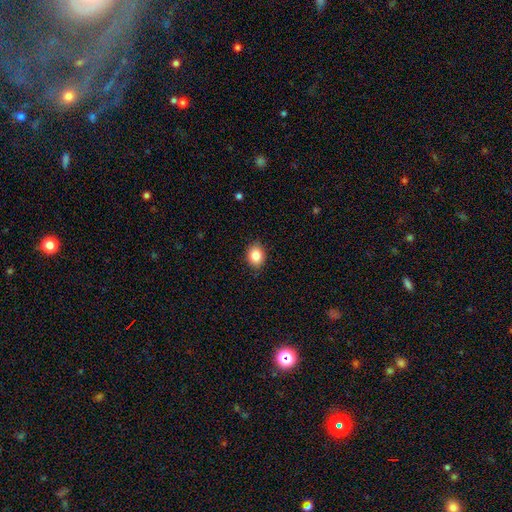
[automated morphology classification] smooth 86%, star or artifact 9%, featured or disk 5%. Down the decision tree: how rounded — in between (57%); merging — none (88%).